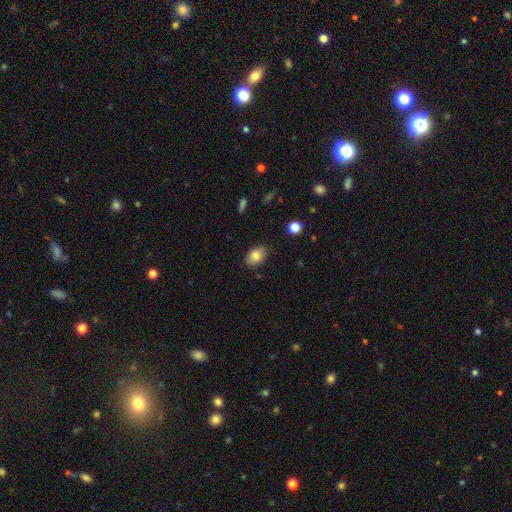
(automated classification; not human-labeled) Overall: smooth (83%). How rounded: in between (79%). Merging: none (83%).